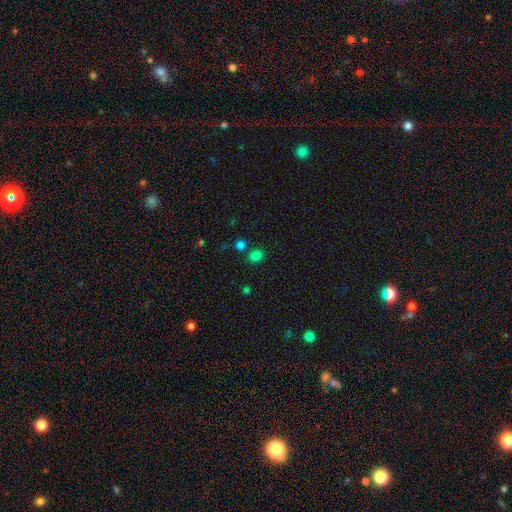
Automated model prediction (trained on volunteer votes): Morphology: type=smooth (80%); roundness=round (58%); merging=none (77%).